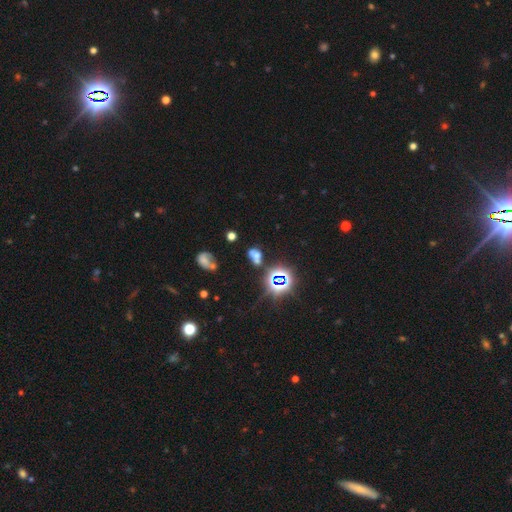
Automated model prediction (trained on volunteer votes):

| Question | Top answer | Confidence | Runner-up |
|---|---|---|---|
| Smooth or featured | smooth | 44% | star or artifact (39%) |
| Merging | none | 40% | merger (36%) |